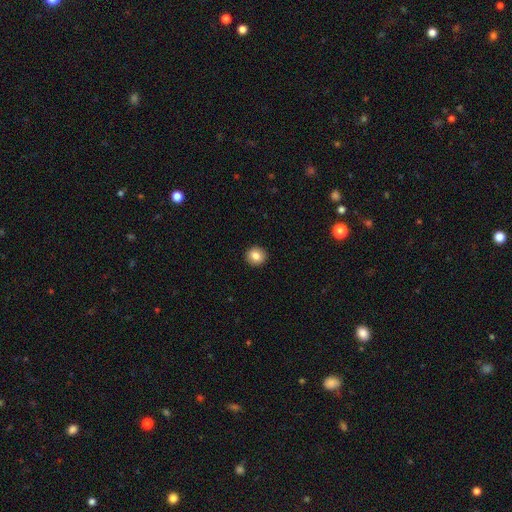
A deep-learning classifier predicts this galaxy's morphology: Smooth or featured: smooth — 84% (star or artifact — 9%)
How rounded: round — 89% (in between — 10%)
Merging: none — 93% (minor disturbance — 5%)